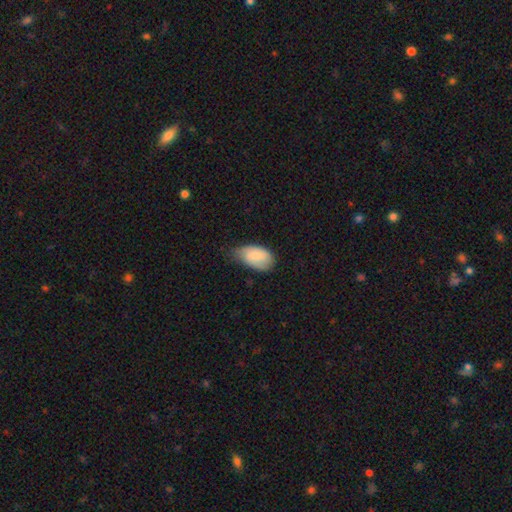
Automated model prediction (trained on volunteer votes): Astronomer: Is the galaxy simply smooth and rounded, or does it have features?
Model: smooth — 74%.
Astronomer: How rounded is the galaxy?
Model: in between — 93%.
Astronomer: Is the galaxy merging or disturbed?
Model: none — 45% (runner-up: minor disturbance, 44%).